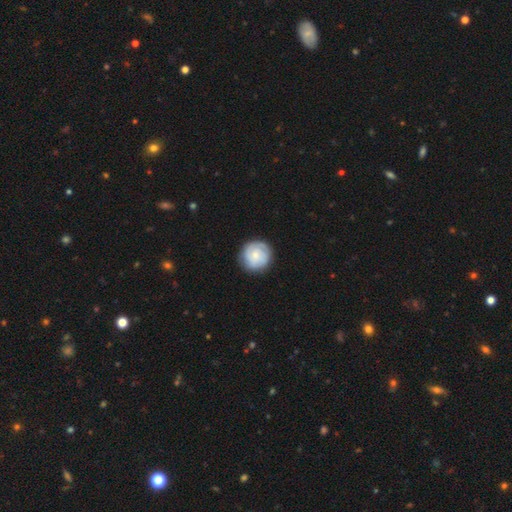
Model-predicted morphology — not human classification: Smooth or featured? smooth (62%)
How rounded? round (93%)
Merging? none (84%)